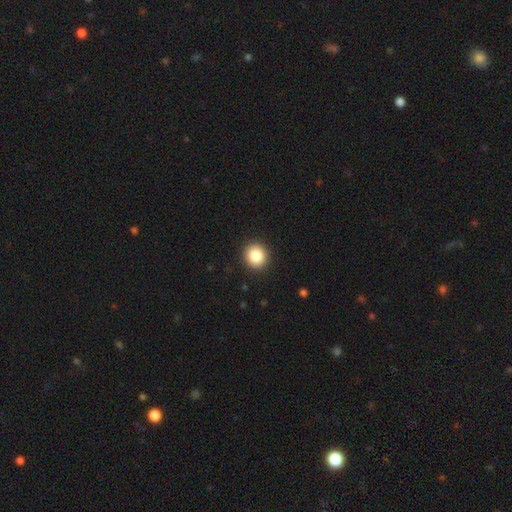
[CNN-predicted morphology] smooth_or_featured: smooth (p=0.85) [alt: star or artifact p=0.09]
how_rounded: round (p=0.90) [alt: in between p=0.09]
merging: none (p=0.92) [alt: minor disturbance p=0.05]